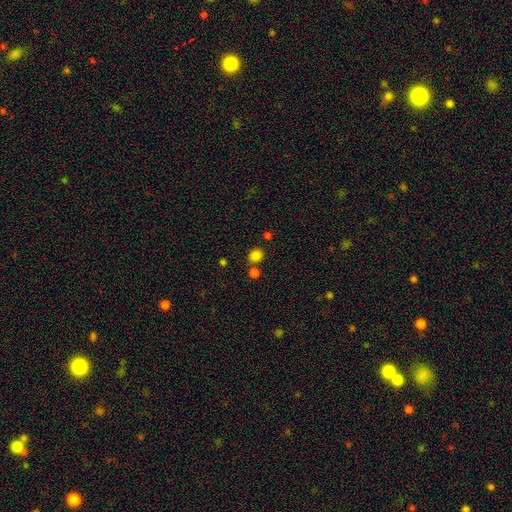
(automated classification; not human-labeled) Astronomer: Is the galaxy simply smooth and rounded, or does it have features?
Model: smooth — 82%.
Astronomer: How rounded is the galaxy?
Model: round — 80%.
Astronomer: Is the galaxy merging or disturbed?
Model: none — 74%.